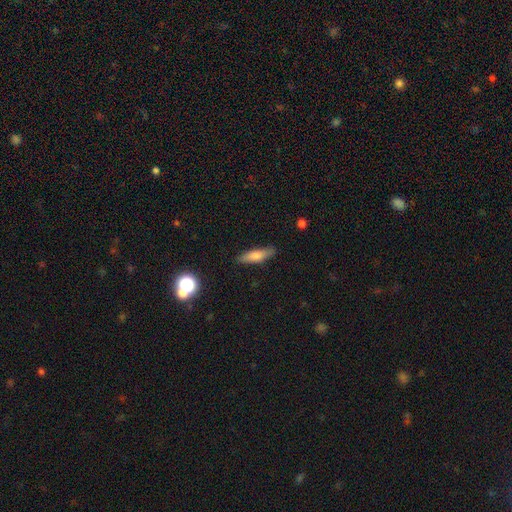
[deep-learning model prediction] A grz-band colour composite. It shows a smooth galaxy with no disk features (71%) that is cigar-shaped (69%). Merging: none (85%).